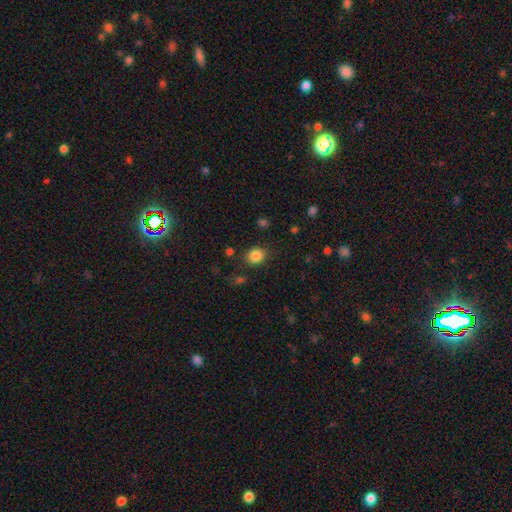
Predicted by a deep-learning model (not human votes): Overall: smooth (84%). How rounded: round (72%). Merging: none (83%).